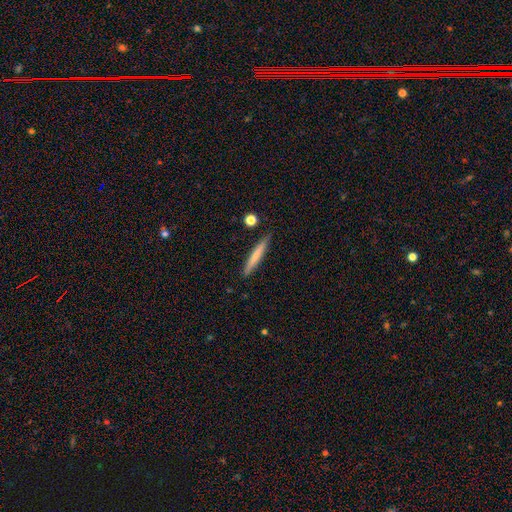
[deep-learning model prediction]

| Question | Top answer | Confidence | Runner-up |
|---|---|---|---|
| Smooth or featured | smooth | 64% | featured or disk (30%) |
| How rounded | cigar-shaped | 95% | in between (4%) |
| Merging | none | 86% | minor disturbance (10%) |